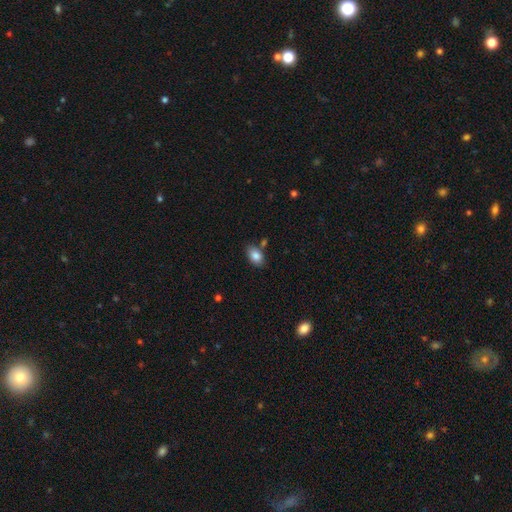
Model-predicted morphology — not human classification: smooth 84%, star or artifact 8%, featured or disk 8%. Down the decision tree: how rounded — in between (88%); merging — none (75%).